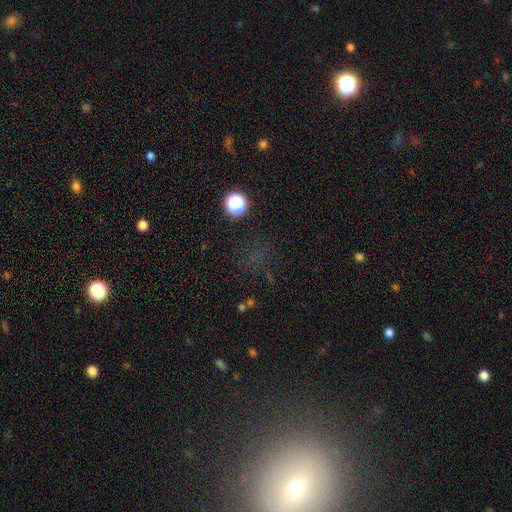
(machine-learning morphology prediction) smooth_or_featured: star or artifact (p=0.54) [alt: smooth p=0.36]